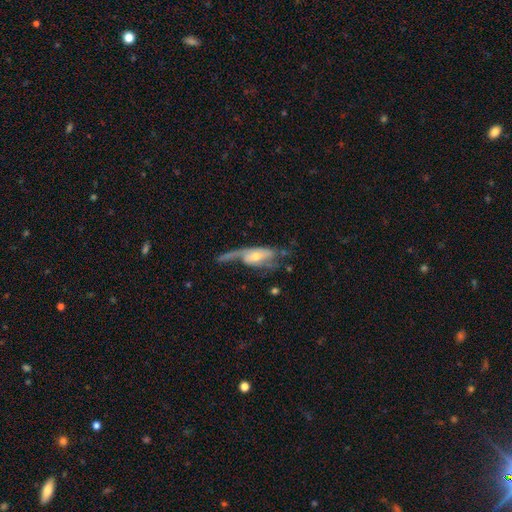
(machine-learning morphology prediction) Q: Smooth or featured?
A: featured or disk (73%); runner-up: smooth (21%)
Q: Edge-on disk?
A: no (83%); runner-up: yes (17%)
Q: Bar?
A: no (63%); runner-up: weak (27%)
Q: Spiral arms?
A: yes (78%); runner-up: no (22%)
Q: Bulge size?
A: moderate (47%); runner-up: small (46%)
Q: Merging?
A: major disturbance (40%); runner-up: none (33%)